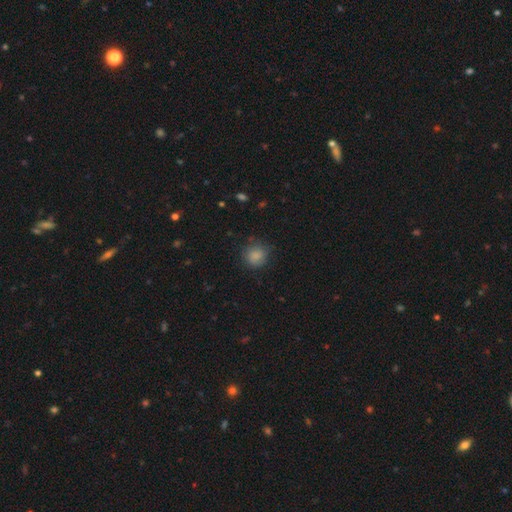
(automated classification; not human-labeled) This is clearly a smooth galaxy (85%). How rounded: clearly round (87%). Merging: likely none (77%).